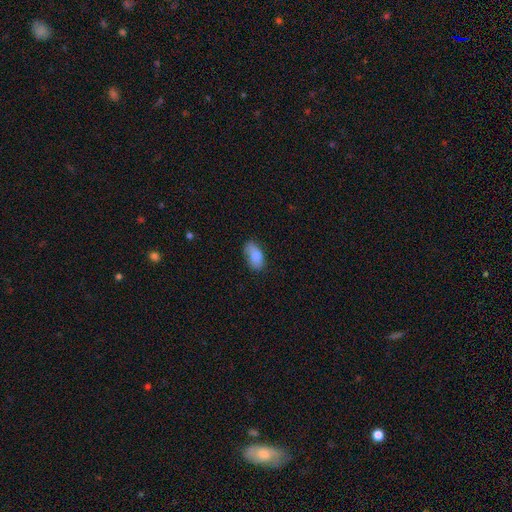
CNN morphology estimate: Smooth or featured: smooth — 82% (featured or disk — 11%)
How rounded: in between — 91% (cigar-shaped — 4%)
Merging: none — 61% (minor disturbance — 29%)